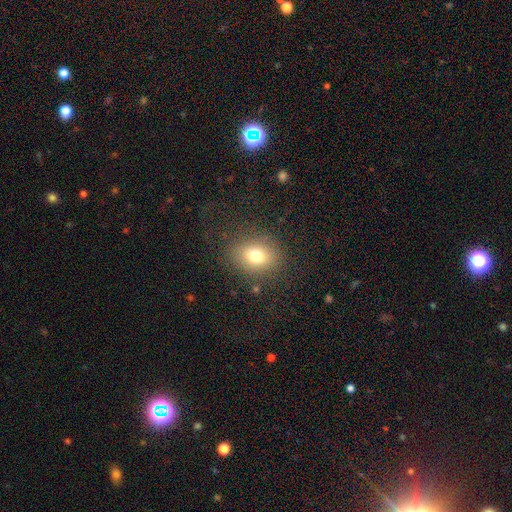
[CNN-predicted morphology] The model was most divided on "how rounded": in between: 53%, round: 46%, cigar-shaped: 1%. More confident: merging — none (82%); smooth or featured — smooth (74%).